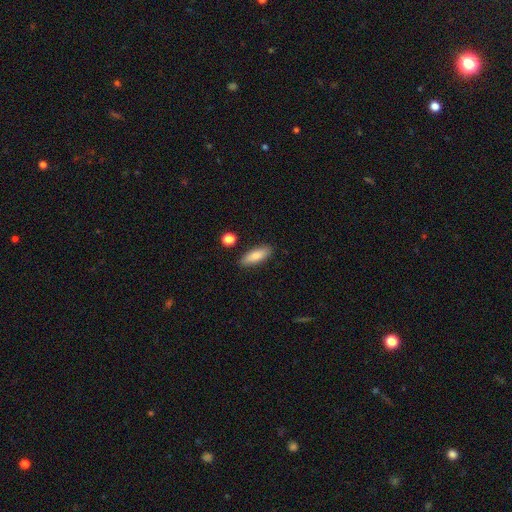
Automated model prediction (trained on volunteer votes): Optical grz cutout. It shows a smooth galaxy with no disk features (83%) that is in between round and cigar-shaped (65%). Merging: none (86%).